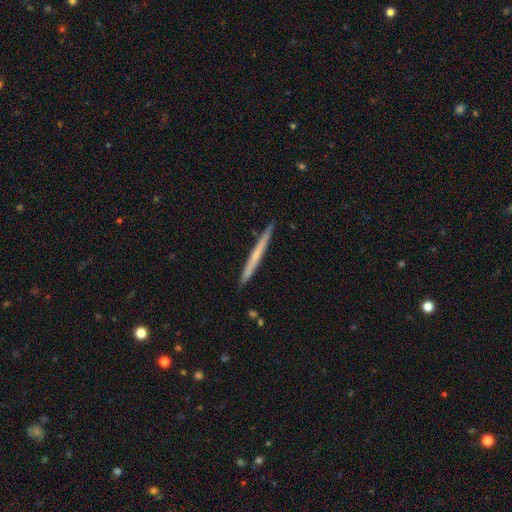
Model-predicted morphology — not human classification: smooth_or_featured: smooth (p=0.48) [alt: featured or disk p=0.46]
merging: none (p=0.92) [alt: minor disturbance p=0.06]